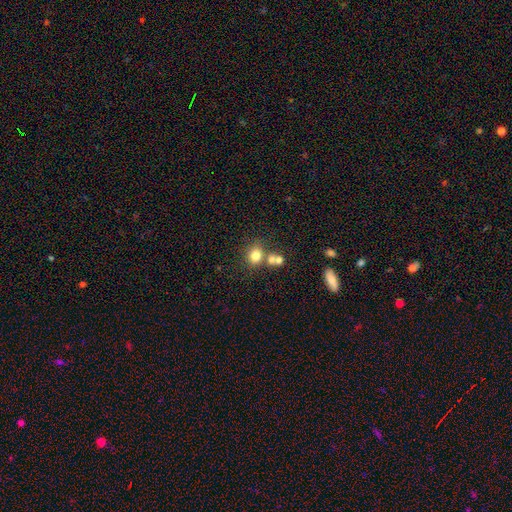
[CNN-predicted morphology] This appears to be a smooth galaxy with no disk features (77%) that is round (67%). Merging: none (57%).